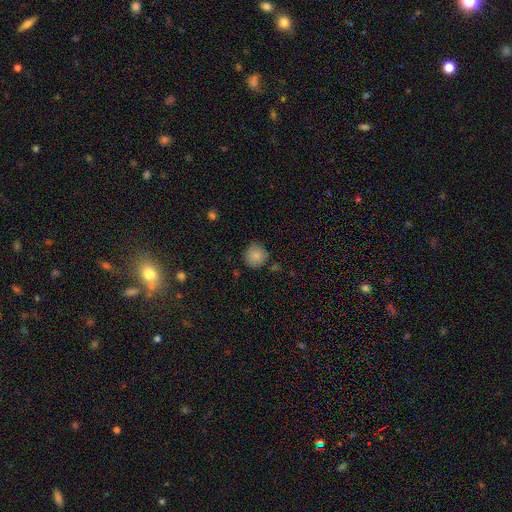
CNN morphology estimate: Smooth or featured? smooth (84%)
How rounded? round (93%)
Merging? none (83%)